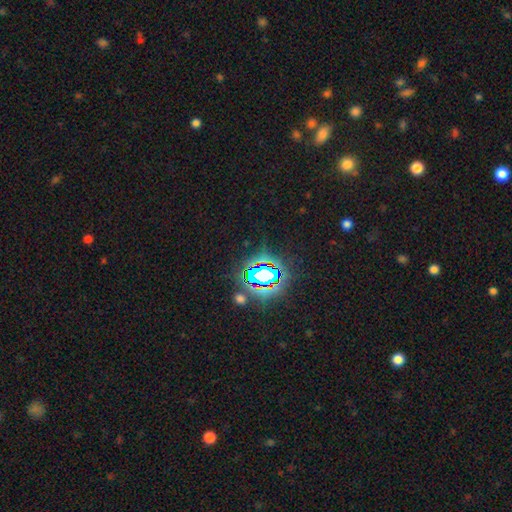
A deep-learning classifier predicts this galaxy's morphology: A star or artifact, not a galaxy (82%).

Vote fractions:
- Smooth or featured? star or artifact: 82% / smooth: 12% / featured or disk: 6%